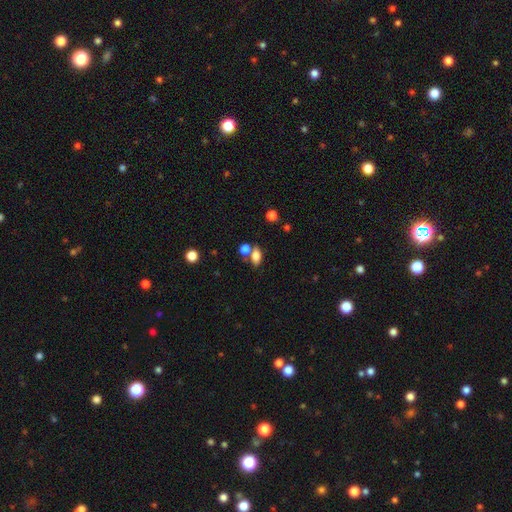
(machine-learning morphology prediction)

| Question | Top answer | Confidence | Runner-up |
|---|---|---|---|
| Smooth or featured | smooth | 78% | featured or disk (12%) |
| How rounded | in between | 83% | round (13%) |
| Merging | none | 55% | merger (28%) |